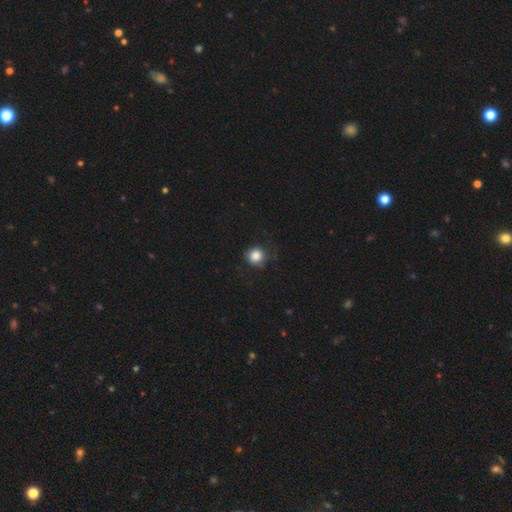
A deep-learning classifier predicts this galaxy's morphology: This appears to be a smooth galaxy with no disk features (85%) that is round (90%). Merging: none (75%).